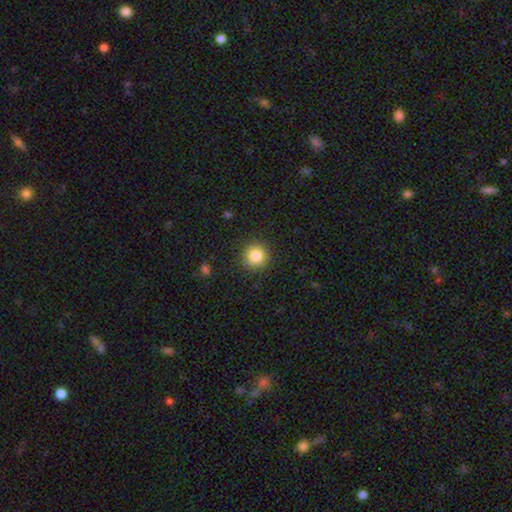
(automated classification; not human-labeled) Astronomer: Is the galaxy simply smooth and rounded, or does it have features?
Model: smooth — 84%.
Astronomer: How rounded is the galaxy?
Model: round — 94%.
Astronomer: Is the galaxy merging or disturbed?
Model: none — 90%.